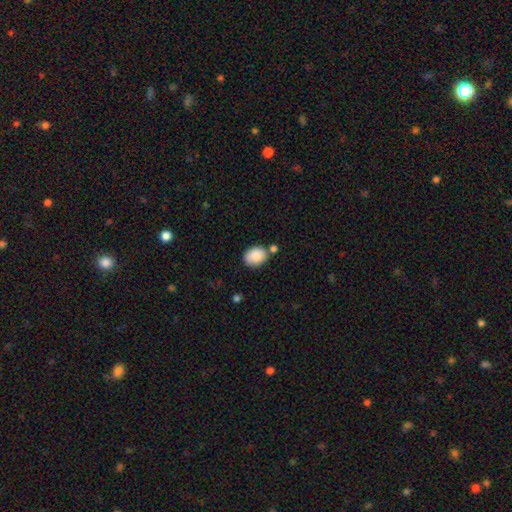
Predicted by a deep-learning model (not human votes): Smooth or featured? smooth (87%)
How rounded? in between (69%)
Merging? none (68%)